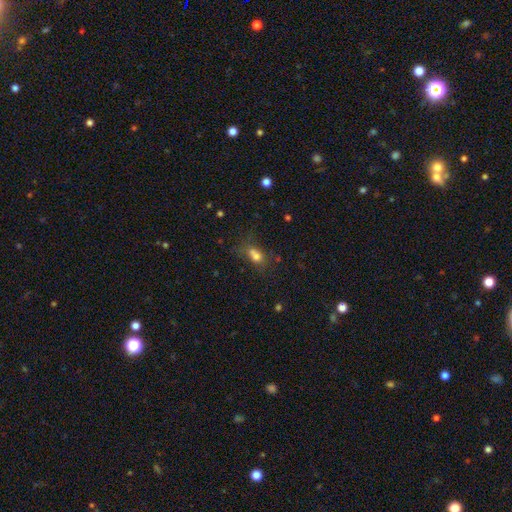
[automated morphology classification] Smooth or featured? Predicted: smooth (p=0.69). How rounded? Predicted: in between (p=0.70). Merging? Predicted: none (p=0.42).